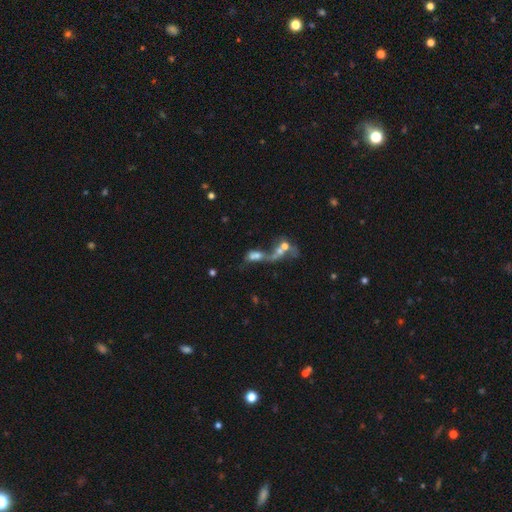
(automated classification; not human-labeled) This appears to be a smooth galaxy with no disk features (46%). Merging: merger (68%).